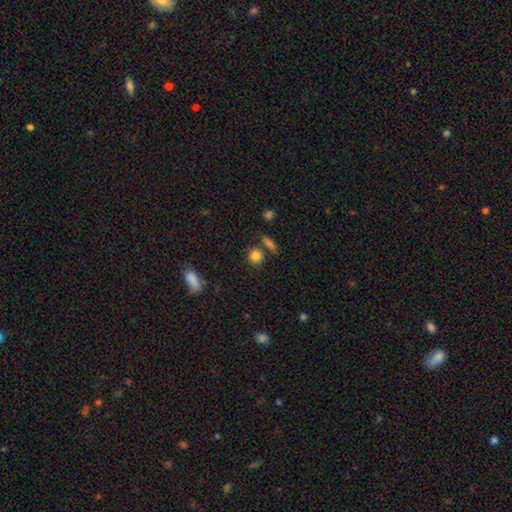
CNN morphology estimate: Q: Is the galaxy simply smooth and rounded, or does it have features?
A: smooth — 83%.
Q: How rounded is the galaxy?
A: round — 81%.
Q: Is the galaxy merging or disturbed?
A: none — 75%.